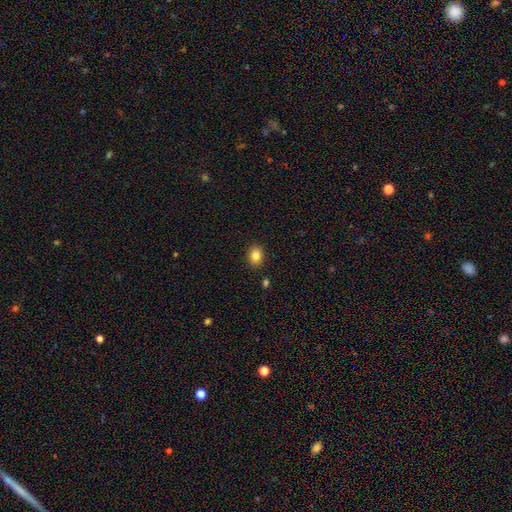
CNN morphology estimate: Smooth or featured: smooth — 84% (star or artifact — 9%)
How rounded: in between — 60% (round — 39%)
Merging: none — 89% (minor disturbance — 8%)